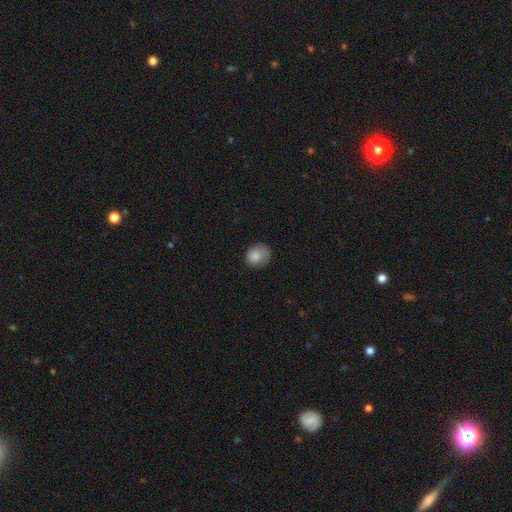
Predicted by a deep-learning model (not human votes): Q: Smooth or featured?
A: smooth (82%); runner-up: featured or disk (10%)
Q: How rounded?
A: round (65%); runner-up: in between (34%)
Q: Merging?
A: none (61%); runner-up: minor disturbance (28%)